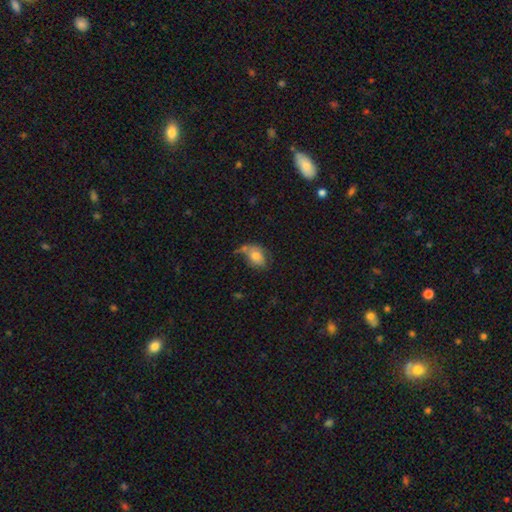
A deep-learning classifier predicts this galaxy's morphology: A smooth galaxy with no disk features (69%) that is in between round and cigar-shaped (77%).

Vote fractions:
- Smooth or featured? smooth: 69% / featured or disk: 22% / star or artifact: 9%
- How rounded? in between: 77% / round: 21% / cigar-shaped: 2%
- Merging? none: 39% / minor disturbance: 30% / major disturbance: 19% / merger: 13%